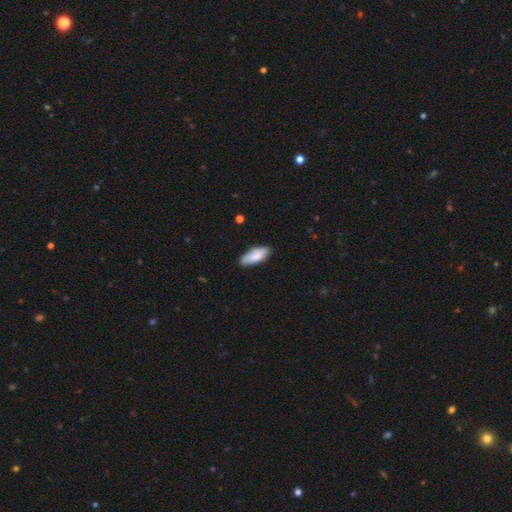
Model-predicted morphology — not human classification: A smooth galaxy with no disk features (84%) that is in between round and cigar-shaped (80%). Merging: none (83%).